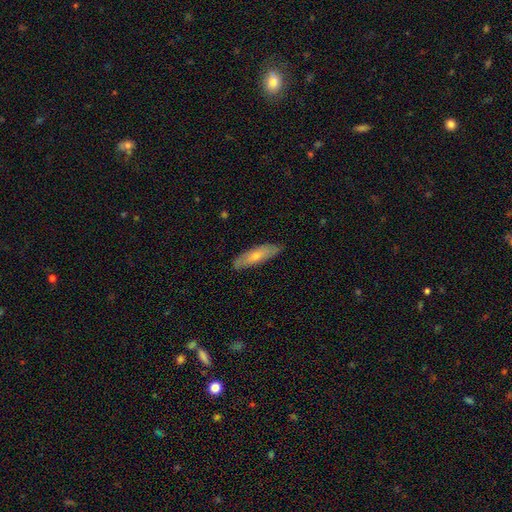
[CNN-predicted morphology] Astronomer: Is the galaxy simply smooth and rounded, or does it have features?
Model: smooth — 54% (runner-up: featured or disk, 40%).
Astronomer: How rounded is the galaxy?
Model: cigar-shaped — 64%.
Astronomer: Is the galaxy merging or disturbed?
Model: none — 84%.